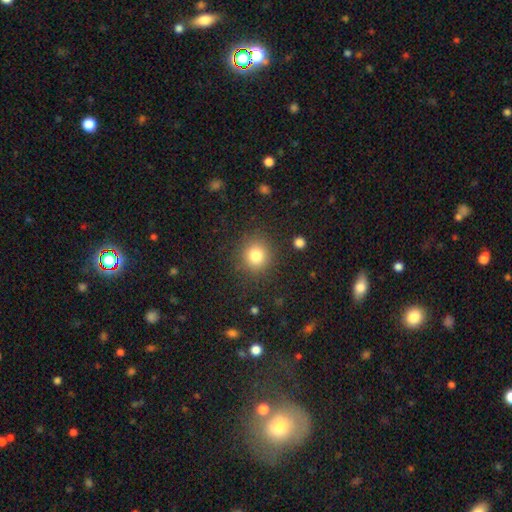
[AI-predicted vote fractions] This appears to be a smooth galaxy with no disk features (81%) that is round (90%). Merging: none (88%).